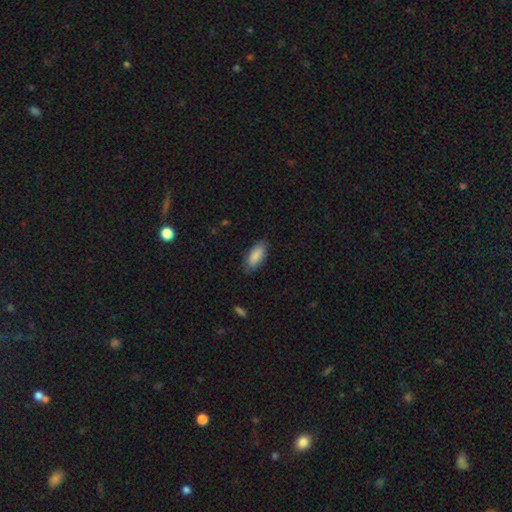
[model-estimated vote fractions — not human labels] Smooth or featured?
  - smooth: 87% *
  - featured or disk: 7%
  - star or artifact: 6%
How rounded?
  - in between: 84% *
  - cigar-shaped: 15%
  - round: 2%
Merging?
  - none: 79% *
  - minor disturbance: 16%
  - major disturbance: 3%
  - merger: 1%